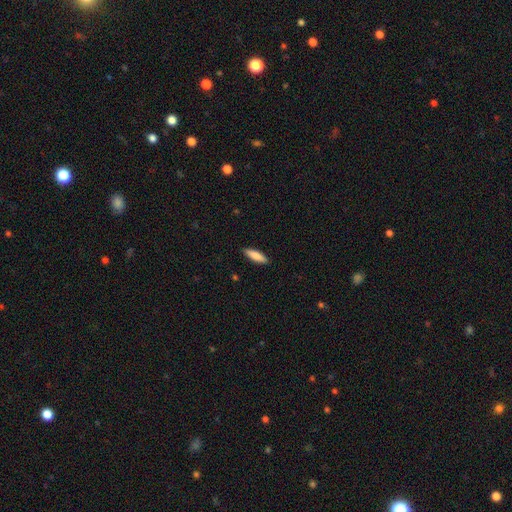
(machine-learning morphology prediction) smooth_or_featured: smooth (p=0.82) [alt: featured or disk p=0.12]
how_rounded: cigar-shaped (p=0.61) [alt: in between p=0.38]
merging: none (p=0.89) [alt: minor disturbance p=0.08]